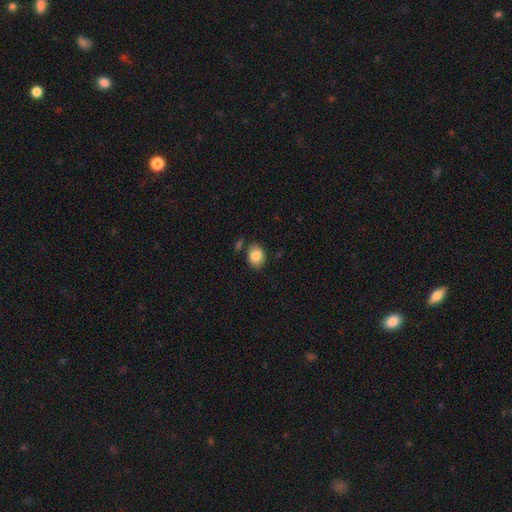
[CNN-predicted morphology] Smooth or featured? Predicted: smooth (p=0.84). How rounded? Predicted: in between (p=0.54). Merging? Predicted: none (p=0.80).